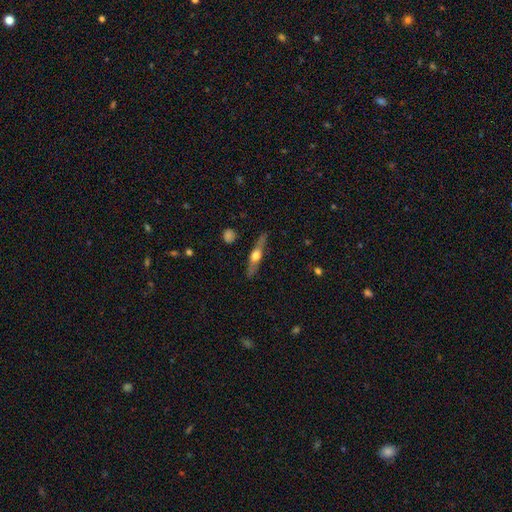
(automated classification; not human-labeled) Smooth or featured? Predicted: featured or disk (p=0.63). Edge-on disk? Predicted: yes (p=0.94). Edge-on bulge? Predicted: rounded (p=0.93). Merging? Predicted: none (p=0.84).